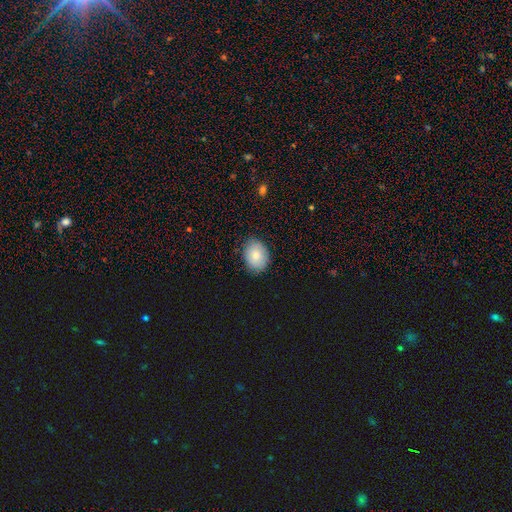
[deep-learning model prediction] Smooth or featured: smooth — 82% (featured or disk — 10%)
How rounded: in between — 68% (round — 31%)
Merging: none — 86% (minor disturbance — 11%)